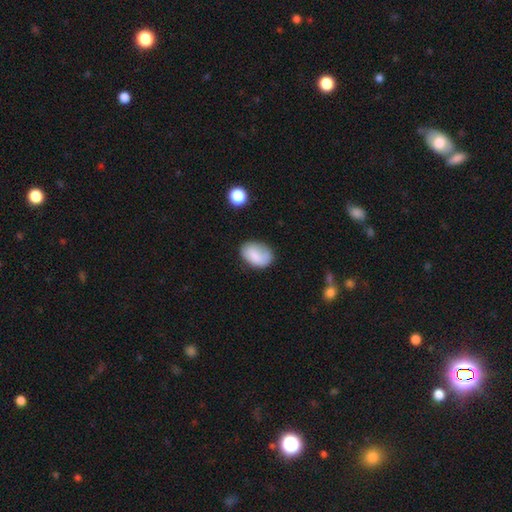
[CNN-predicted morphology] type=smooth (79%); roundness=in between (84%); merging=none (67%).